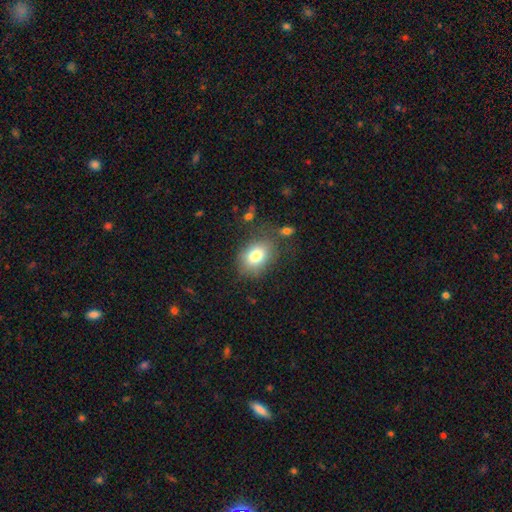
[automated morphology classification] type=smooth (79%); roundness=in between (71%); merging=none (71%).